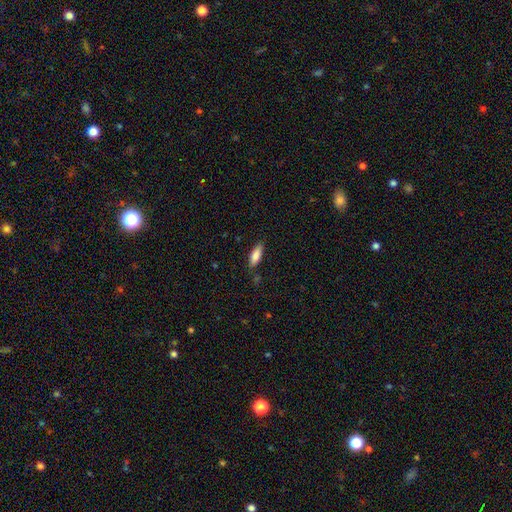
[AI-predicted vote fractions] The model was most divided on "how rounded": in between: 63%, cigar-shaped: 35%, round: 2%. More confident: smooth or featured — smooth (82%); merging — none (78%).